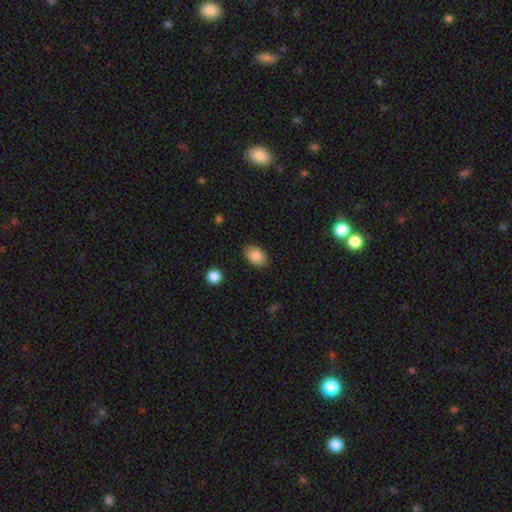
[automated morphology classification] smooth_or_featured: smooth (p=0.86) [alt: star or artifact p=0.08]
how_rounded: in between (p=0.86) [alt: round p=0.13]
merging: none (p=0.86) [alt: minor disturbance p=0.10]